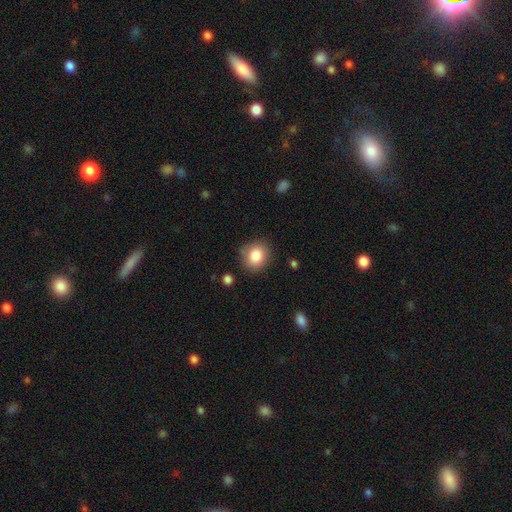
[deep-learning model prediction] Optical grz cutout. It shows a smooth galaxy with no disk features (84%) that is round (75%). Merging: none (83%).